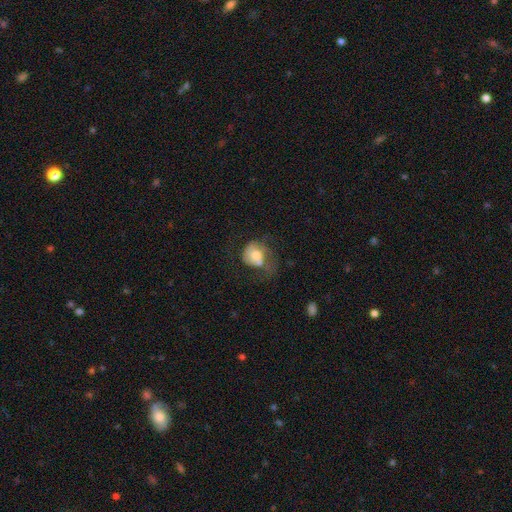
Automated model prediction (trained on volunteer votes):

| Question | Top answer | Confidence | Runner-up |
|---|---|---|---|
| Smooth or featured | smooth | 60% | featured or disk (31%) |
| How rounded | round | 62% | in between (37%) |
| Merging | major disturbance | 39% | none (27%) |